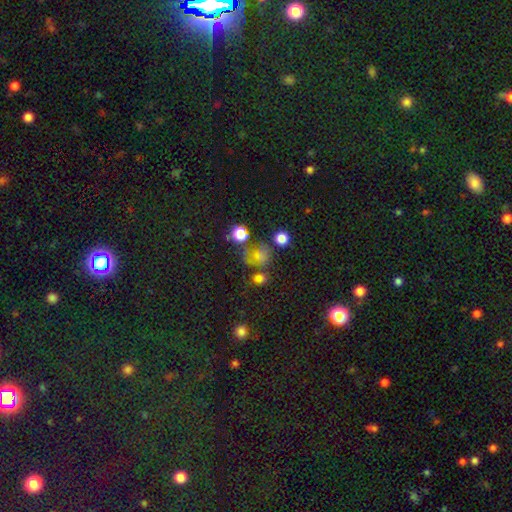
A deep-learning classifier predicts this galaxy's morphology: The model was most divided on "smooth or featured": smooth: 48%, star or artifact: 33%, featured or disk: 19%. Remaining: merging — none (46%).